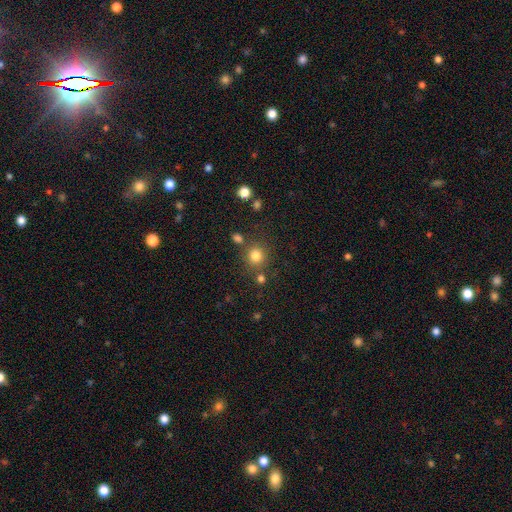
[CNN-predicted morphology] This appears to be a smooth galaxy with no disk features (81%) that is round (89%). Merging: none (77%).